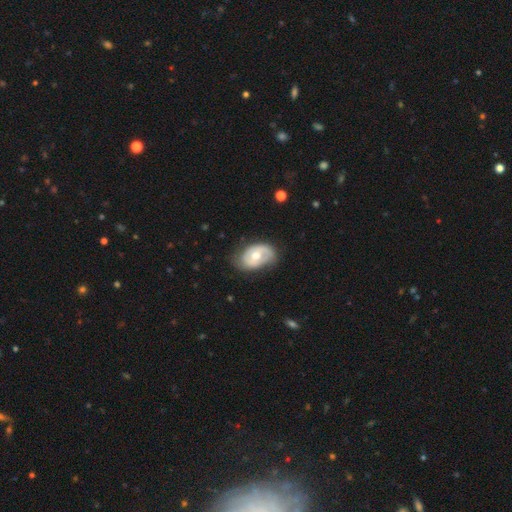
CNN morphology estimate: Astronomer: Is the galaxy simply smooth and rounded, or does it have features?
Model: featured or disk — 60%.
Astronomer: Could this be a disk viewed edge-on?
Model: no — 95%.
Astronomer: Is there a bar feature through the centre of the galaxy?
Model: no — 69%.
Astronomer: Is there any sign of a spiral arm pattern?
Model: yes — 66%.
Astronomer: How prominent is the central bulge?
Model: moderate — 74%.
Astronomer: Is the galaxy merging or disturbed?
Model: none — 63%.